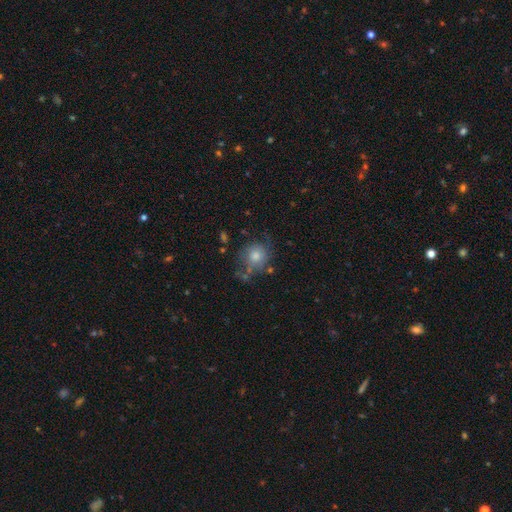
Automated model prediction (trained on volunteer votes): smooth 57%, featured or disk 30%, star or artifact 13%. Down the decision tree: how rounded — round (83%); merging — none (62%).